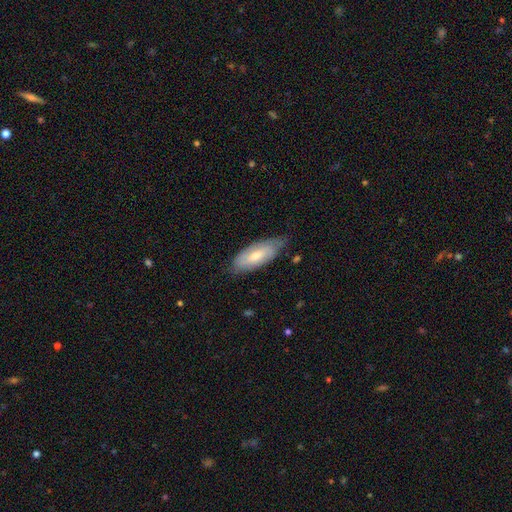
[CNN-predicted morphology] A smooth galaxy with no disk features (55%) that is in between round and cigar-shaped (77%).

Vote fractions:
- Smooth or featured? smooth: 55% / featured or disk: 39% / star or artifact: 6%
- How rounded? in between: 77% / cigar-shaped: 21% / round: 2%
- Merging? none: 67% / minor disturbance: 26% / major disturbance: 5% / merger: 1%